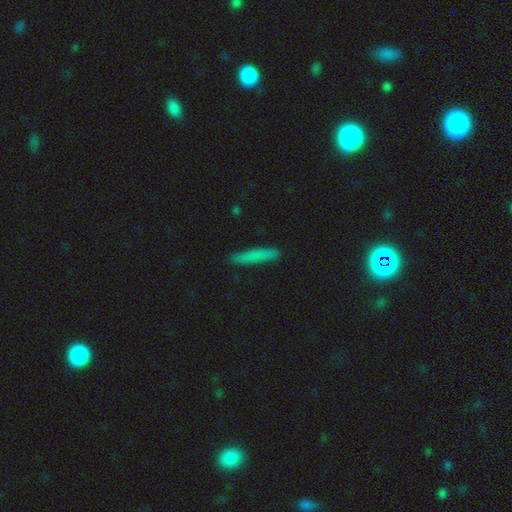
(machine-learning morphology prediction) smooth-or-featured: smooth: 77% | featured or disk: 14% | star or artifact: 9%
  how-rounded: cigar-shaped: 93% | in between: 6% | round: 2%
  merging: none: 88% | minor disturbance: 9% | major disturbance: 2% | merger: 1%